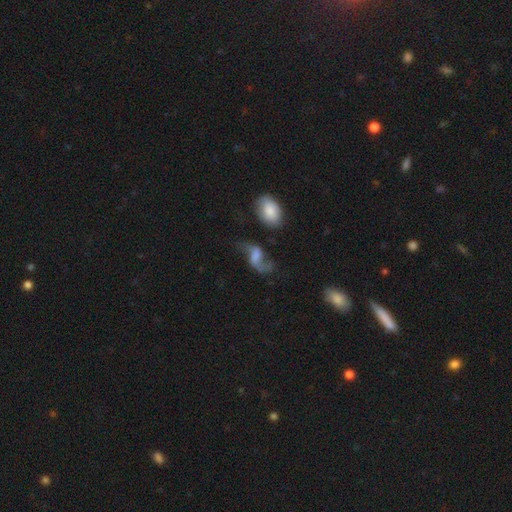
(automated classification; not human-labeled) Q: Smooth or featured?
A: featured or disk (68%); runner-up: smooth (21%)
Q: Edge-on disk?
A: no (95%); runner-up: yes (5%)
Q: Bar?
A: weak (45%); runner-up: no (38%)
Q: Spiral arms?
A: yes (87%); runner-up: no (13%)
Q: Spiral winding?
A: loose (84%); runner-up: medium (13%)
Q: Spiral arm count?
A: 2 (88%); runner-up: 1 (6%)
Q: Bulge size?
A: none (39%); runner-up: small (25%)
Q: Merging?
A: none (50%); runner-up: major disturbance (21%)